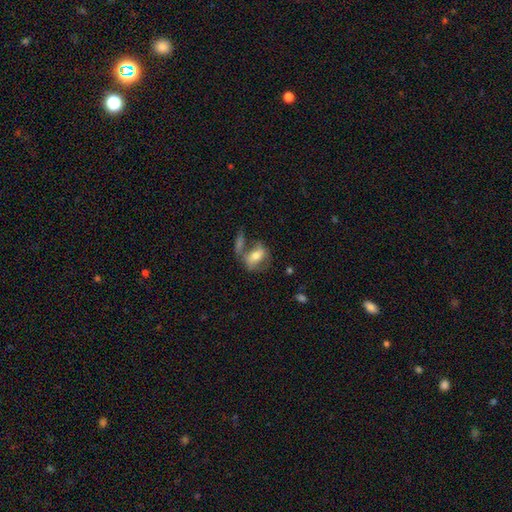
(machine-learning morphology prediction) A smooth galaxy with no disk features (57%) that is in between round and cigar-shaped (78%).

Vote fractions:
- Smooth or featured? smooth: 57% / featured or disk: 36% / star or artifact: 8%
- How rounded? in between: 78% / round: 17% / cigar-shaped: 5%
- Merging? none: 38% / merger: 30% / minor disturbance: 17% / major disturbance: 15%